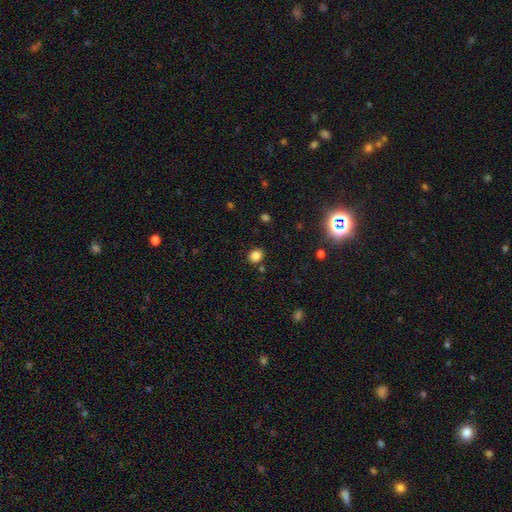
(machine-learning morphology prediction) A smooth galaxy with no disk features (82%) that is round (54%). Merging: none (83%).